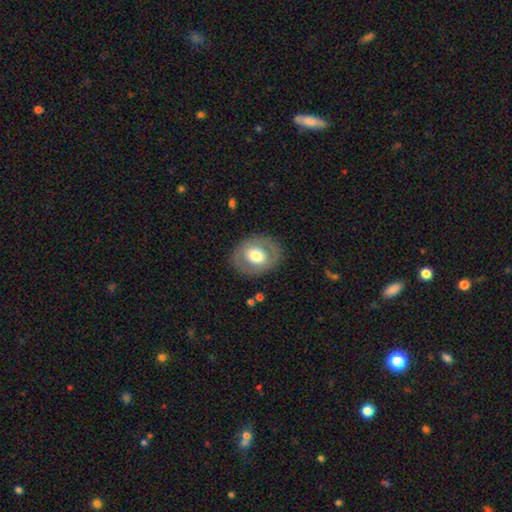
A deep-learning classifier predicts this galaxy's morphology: smooth-or-featured: smooth: 53% | featured or disk: 41% | star or artifact: 6%
  how-rounded: in between: 51% | round: 48% | cigar-shaped: 1%
  merging: none: 83% | minor disturbance: 11% | major disturbance: 5% | merger: 1%